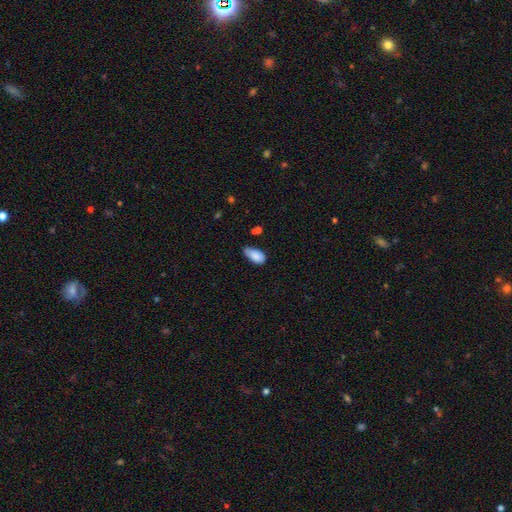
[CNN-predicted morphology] smooth-or-featured: smooth: 85% | star or artifact: 7% | featured or disk: 7%
  how-rounded: in between: 93% | cigar-shaped: 3% | round: 3%
  merging: none: 44% | minor disturbance: 43% | major disturbance: 9% | merger: 4%